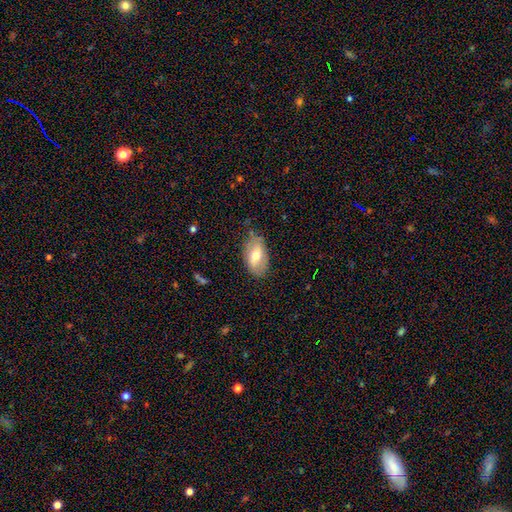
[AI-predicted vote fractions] Smooth or featured? smooth (63%)
How rounded? in between (92%)
Merging? none (74%)